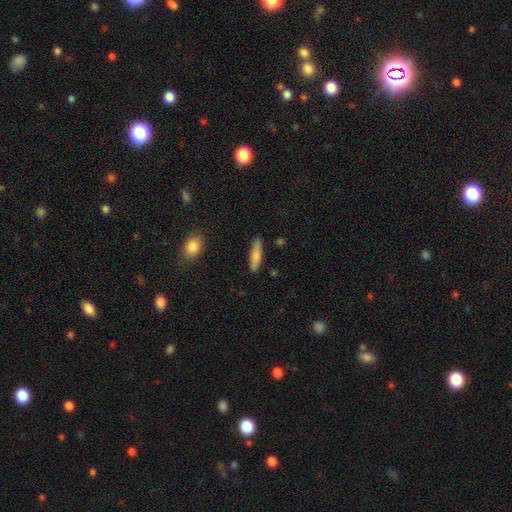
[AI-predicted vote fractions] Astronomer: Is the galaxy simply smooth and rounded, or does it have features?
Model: smooth — 81%.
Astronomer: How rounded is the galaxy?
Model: cigar-shaped — 78%.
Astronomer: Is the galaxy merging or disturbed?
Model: none — 87%.